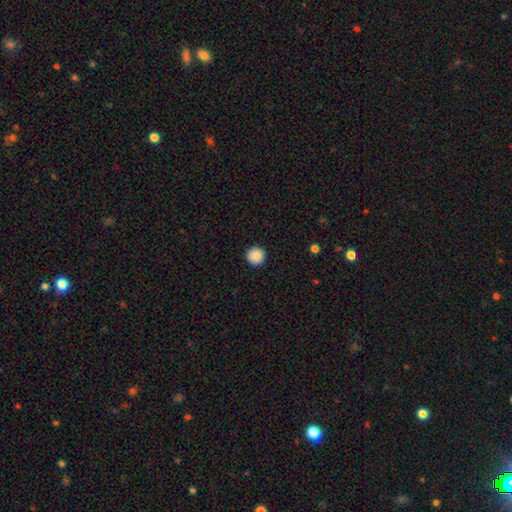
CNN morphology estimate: smooth_or_featured: smooth (p=0.89) [alt: star or artifact p=0.08]
how_rounded: round (p=0.96) [alt: in between p=0.03]
merging: none (p=0.93) [alt: minor disturbance p=0.04]